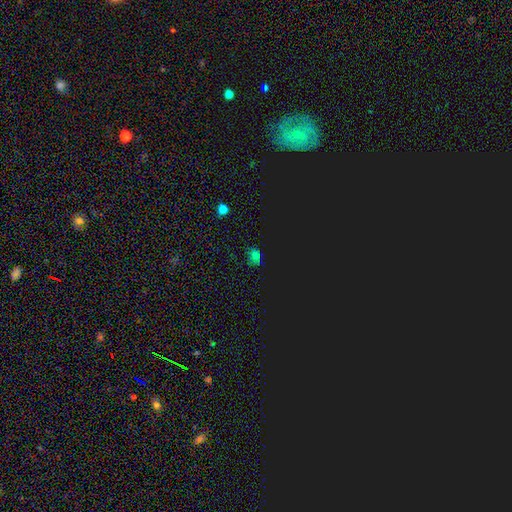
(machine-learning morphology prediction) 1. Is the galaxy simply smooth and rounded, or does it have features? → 53% star or artifact, 41% smooth, 6% featured or disk.